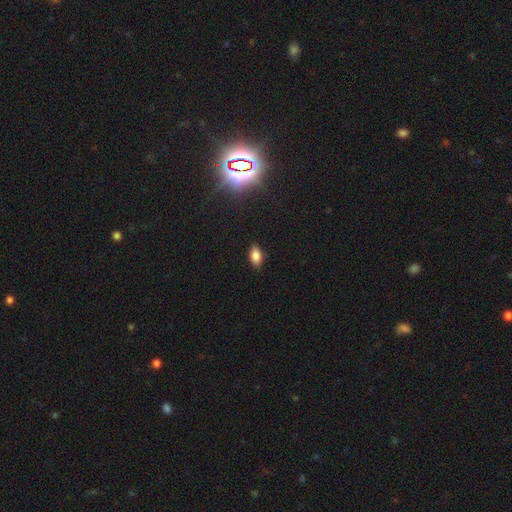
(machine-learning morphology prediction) A smooth galaxy with no disk features (81%) that is in between round and cigar-shaped (89%). Merging: none (84%).